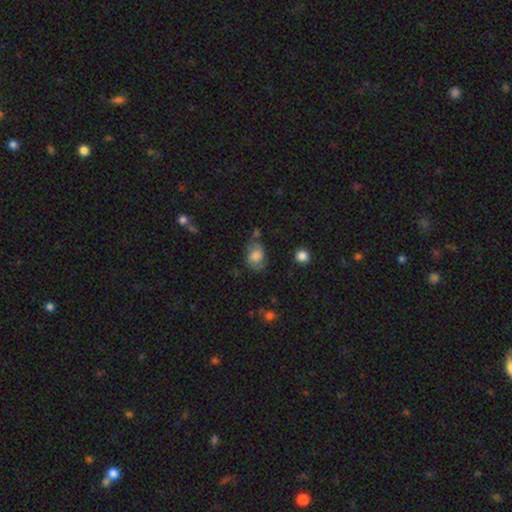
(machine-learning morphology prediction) The model was most divided on "merging": none: 54%, minor disturbance: 28%, major disturbance: 12%, merger: 6%. More confident: how rounded — in between (69%); smooth or featured — smooth (68%).